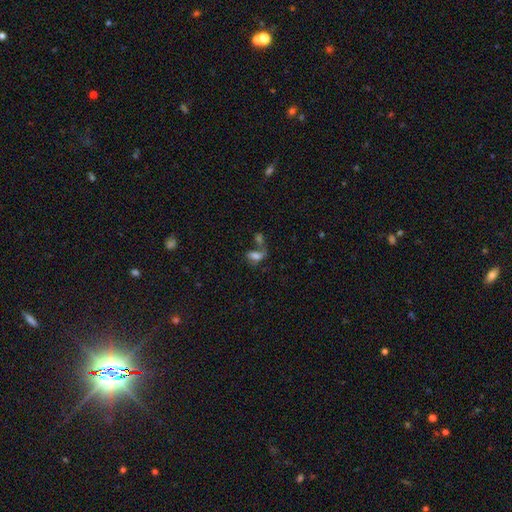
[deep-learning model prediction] smooth_or_featured: smooth (p=0.61) [alt: featured or disk p=0.23]
how_rounded: in between (p=0.82) [alt: round p=0.11]
merging: merger (p=0.47) [alt: none p=0.26]